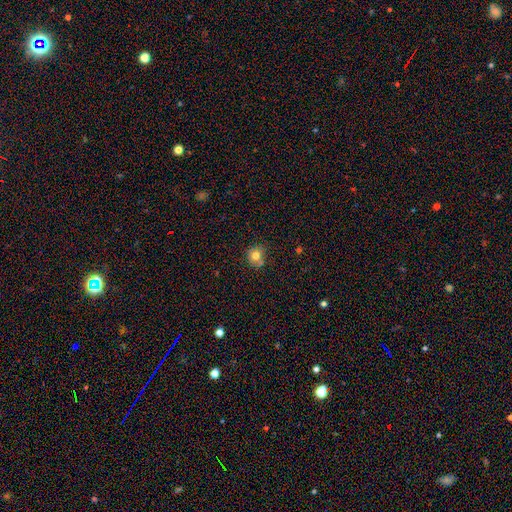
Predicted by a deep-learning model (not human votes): smooth_or_featured: smooth (p=0.78) [alt: star or artifact p=0.12]
how_rounded: round (p=0.84) [alt: in between p=0.15]
merging: none (p=0.66) [alt: minor disturbance p=0.18]